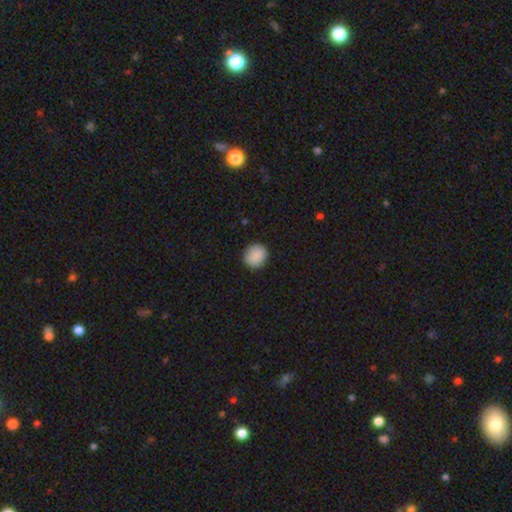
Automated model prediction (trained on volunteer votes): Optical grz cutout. It shows a smooth galaxy with no disk features (90%) that is round (84%). Merging: none (90%).